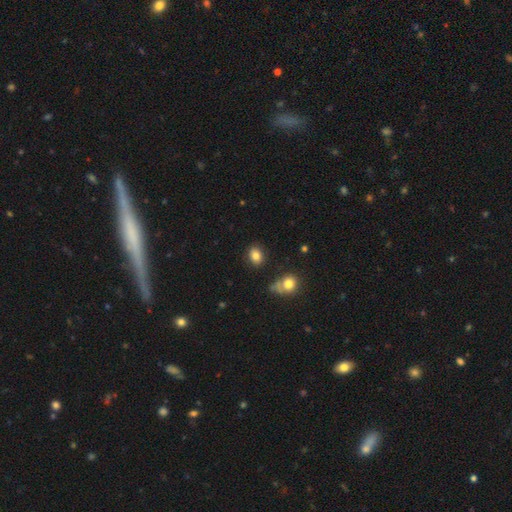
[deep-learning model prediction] smooth-or-featured: smooth: 82% | star or artifact: 10% | featured or disk: 7%
  how-rounded: in between: 56% | round: 43% | cigar-shaped: 1%
  merging: none: 84% | minor disturbance: 10% | merger: 4% | major disturbance: 3%